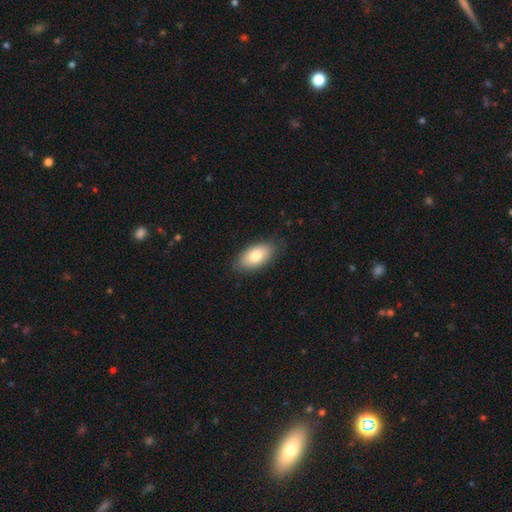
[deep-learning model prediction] A smooth galaxy with no disk features (79%) that is in between round and cigar-shaped (93%). Merging: none (86%).